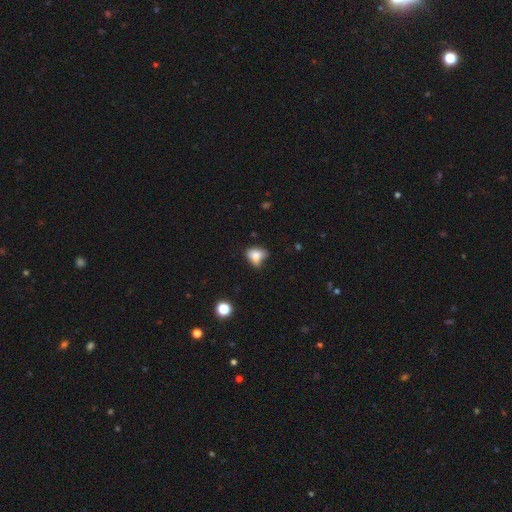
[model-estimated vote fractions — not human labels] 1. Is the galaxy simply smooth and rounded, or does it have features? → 78% smooth, 12% featured or disk, 11% star or artifact.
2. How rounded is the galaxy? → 70% in between, 29% round, 2% cigar-shaped.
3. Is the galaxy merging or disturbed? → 39% minor disturbance, 38% none, 15% major disturbance, 8% merger.